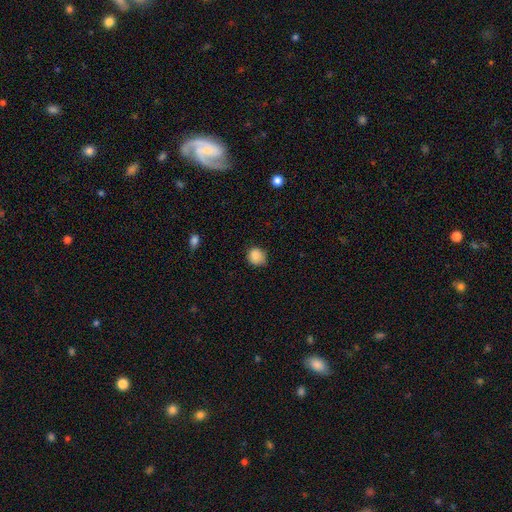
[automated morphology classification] Smooth or featured?
  - smooth: 87% *
  - star or artifact: 9%
  - featured or disk: 4%
How rounded?
  - round: 81% *
  - in between: 18%
  - cigar-shaped: 1%
Merging?
  - none: 72% *
  - minor disturbance: 23%
  - major disturbance: 4%
  - merger: 1%